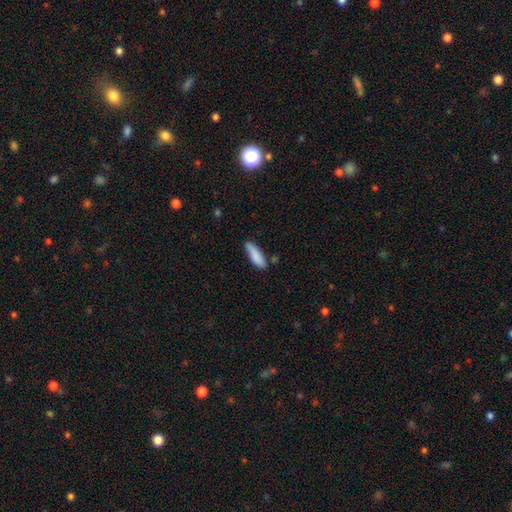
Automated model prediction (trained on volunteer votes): This is clearly a smooth galaxy (86%). How rounded: possibly cigar-shaped (50%). Merging: likely none (72%).